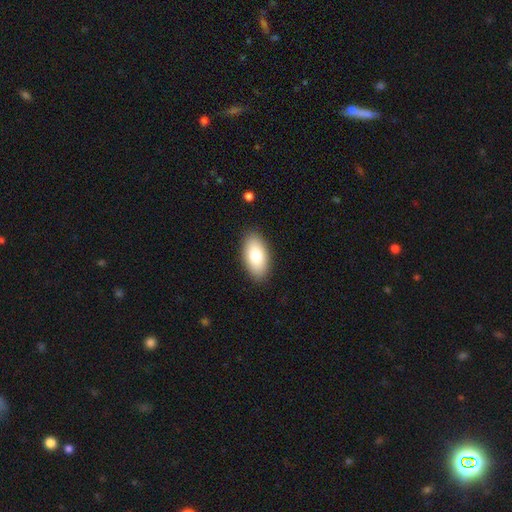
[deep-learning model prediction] The model was most divided on "smooth or featured": smooth: 80%, featured or disk: 14%, star or artifact: 6%. More confident: how rounded — in between (94%); merging — none (88%).